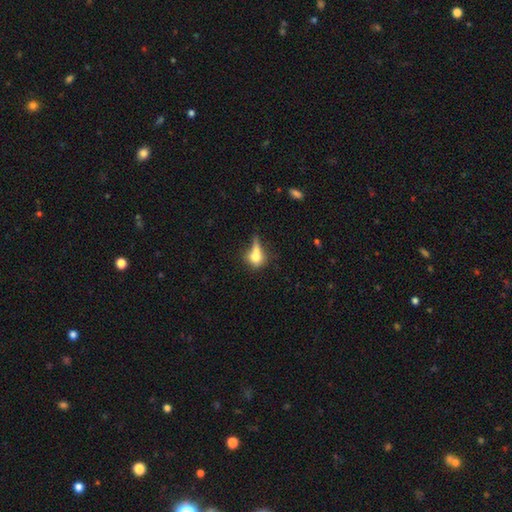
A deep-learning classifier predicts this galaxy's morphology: Overall: smooth (65%). How rounded: in between (49%; round 38%). Merging: merger (30%, tied with none).